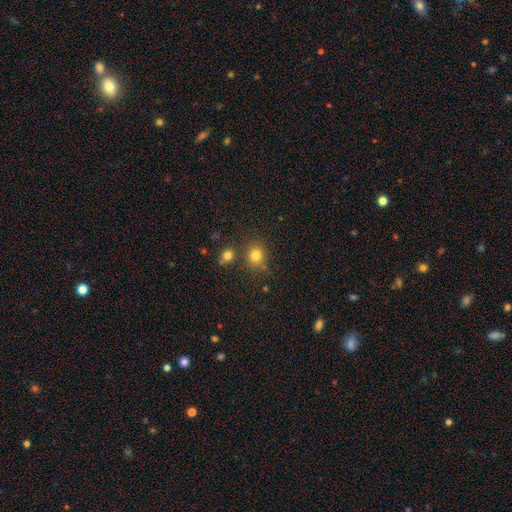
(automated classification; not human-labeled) smooth_or_featured: smooth (p=0.79) [alt: star or artifact p=0.14]
how_rounded: round (p=0.79) [alt: in between p=0.20]
merging: none (p=0.73) [alt: minor disturbance p=0.13]